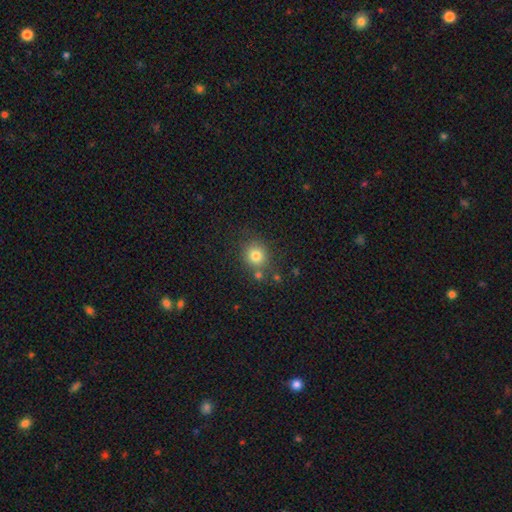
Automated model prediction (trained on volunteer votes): A smooth galaxy with no disk features (79%) that is round (85%). Merging: none (75%).